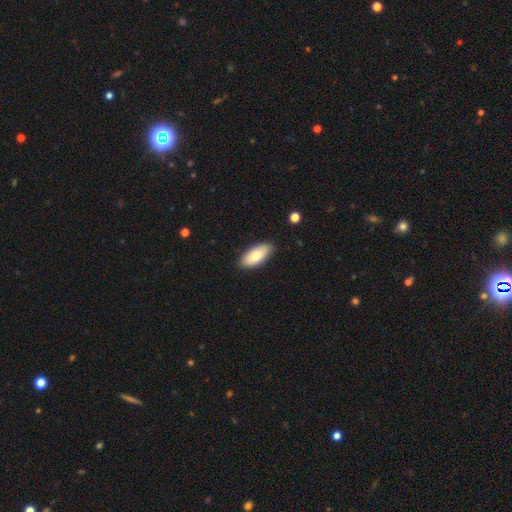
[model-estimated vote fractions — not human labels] A smooth galaxy with no disk features (75%) that is in between round and cigar-shaped (90%). Merging: none (87%).